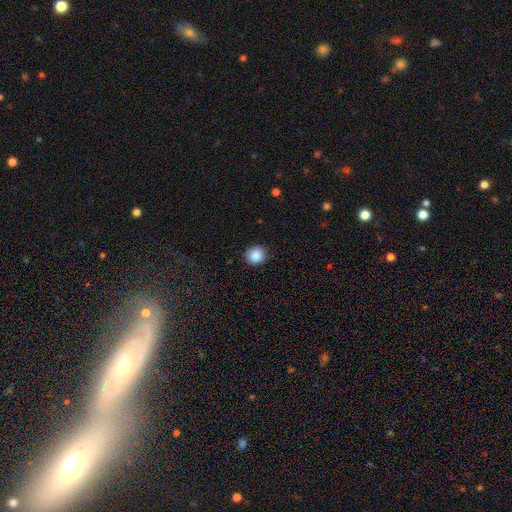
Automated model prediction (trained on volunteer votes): The model was most divided on "how rounded": round: 88%, in between: 11%, cigar-shaped: 1%. More confident: merging — none (90%); smooth or featured — smooth (88%).